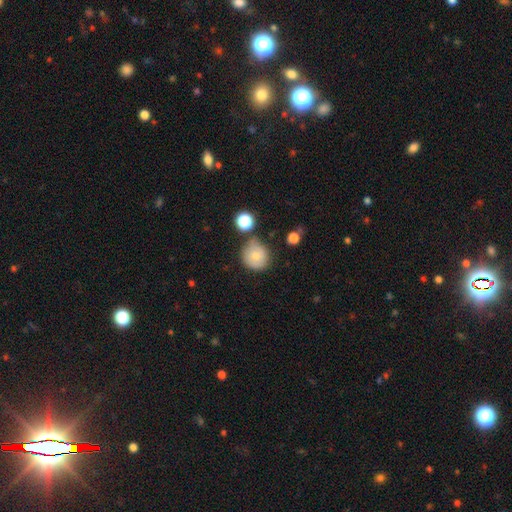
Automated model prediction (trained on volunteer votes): Smooth or featured?
  - smooth: 73% *
  - featured or disk: 16%
  - star or artifact: 11%
How rounded?
  - round: 90% *
  - in between: 9%
  - cigar-shaped: 1%
Merging?
  - none: 68% *
  - minor disturbance: 19%
  - merger: 8%
  - major disturbance: 5%